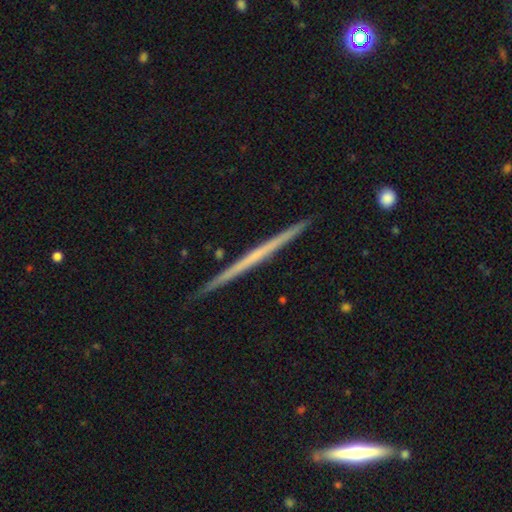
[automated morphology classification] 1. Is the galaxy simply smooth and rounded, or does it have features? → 64% featured or disk, 30% smooth, 6% star or artifact.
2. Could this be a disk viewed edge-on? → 98% yes, 2% no.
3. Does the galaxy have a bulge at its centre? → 89% none, 8% rounded, 3% boxy.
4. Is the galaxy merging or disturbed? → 92% none, 6% minor disturbance, 1% merger, 1% major disturbance.